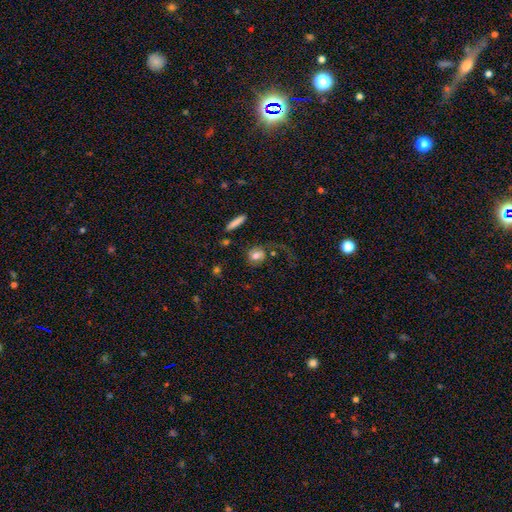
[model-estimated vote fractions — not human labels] Smooth or featured? Predicted: smooth (p=0.71). How rounded? Predicted: round (p=0.55). Merging? Predicted: none (p=0.52).